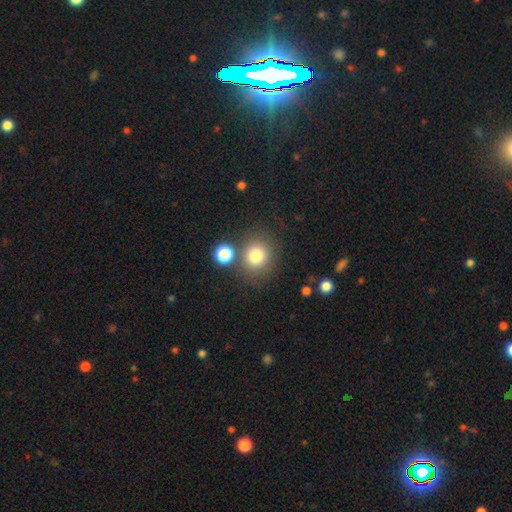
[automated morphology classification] Overall: smooth (79%). How rounded: round (86%). Merging: none (71%).